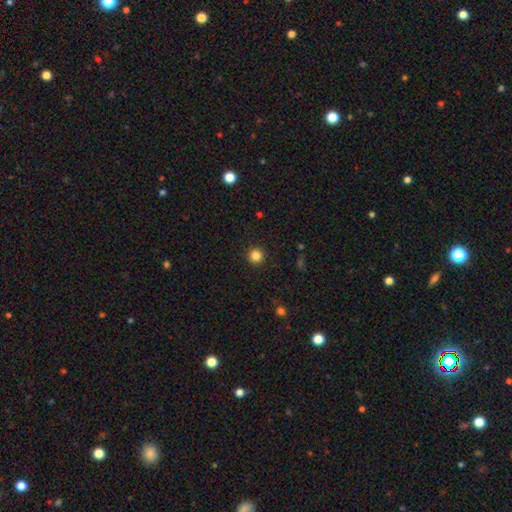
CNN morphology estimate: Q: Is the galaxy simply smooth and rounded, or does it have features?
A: smooth — 84%.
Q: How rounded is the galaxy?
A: round — 95%.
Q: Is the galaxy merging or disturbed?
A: none — 93%.